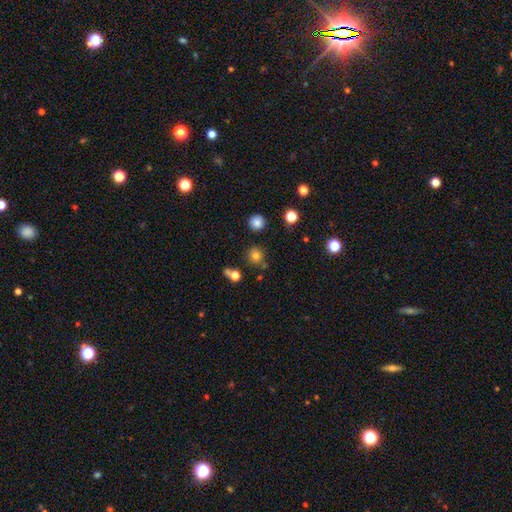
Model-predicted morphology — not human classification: Overall: smooth (76%). How rounded: round (91%). Merging: none (77%).